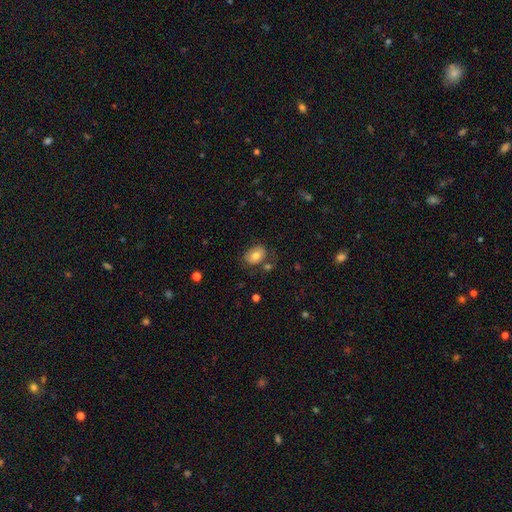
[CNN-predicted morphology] Q: Smooth or featured?
A: smooth (74%); runner-up: featured or disk (18%)
Q: How rounded?
A: in between (74%); runner-up: round (25%)
Q: Merging?
A: none (66%); runner-up: minor disturbance (19%)